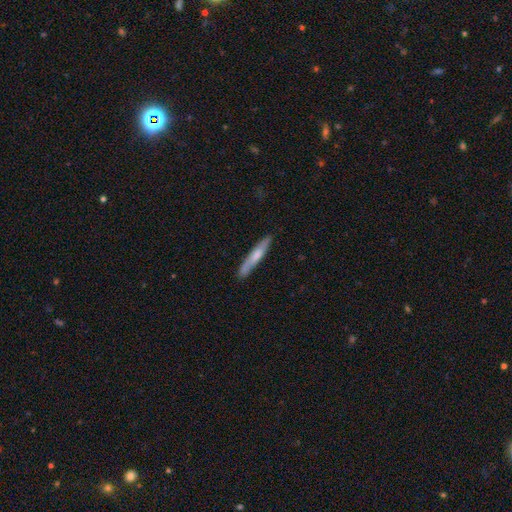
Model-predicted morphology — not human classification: Smooth or featured? smooth (60%)
How rounded? cigar-shaped (93%)
Merging? none (87%)